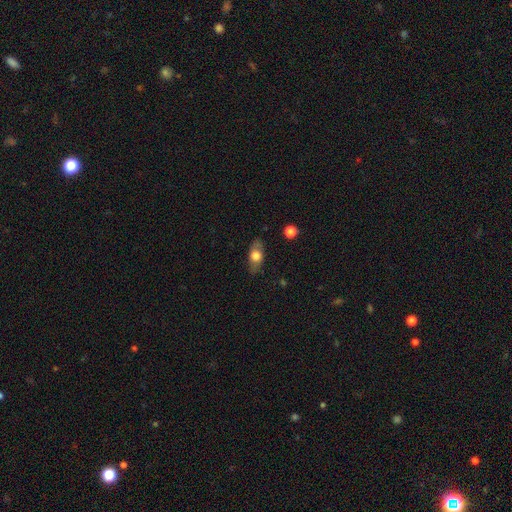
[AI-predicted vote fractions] A smooth galaxy with no disk features (61%) that is in between round and cigar-shaped (79%). Merging: none (79%).